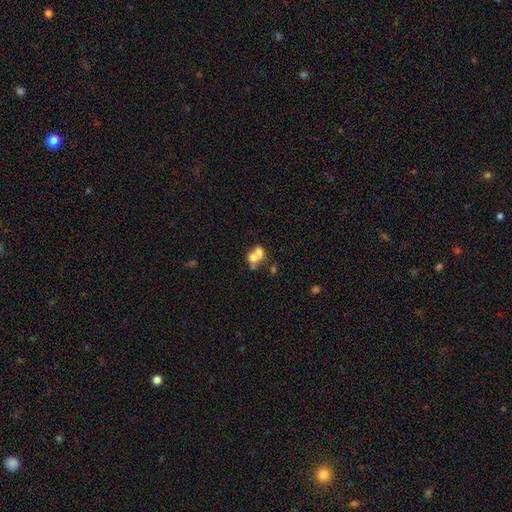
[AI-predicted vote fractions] Morphology: type=smooth (64%); roundness=round (61%); merging=merger (66%).